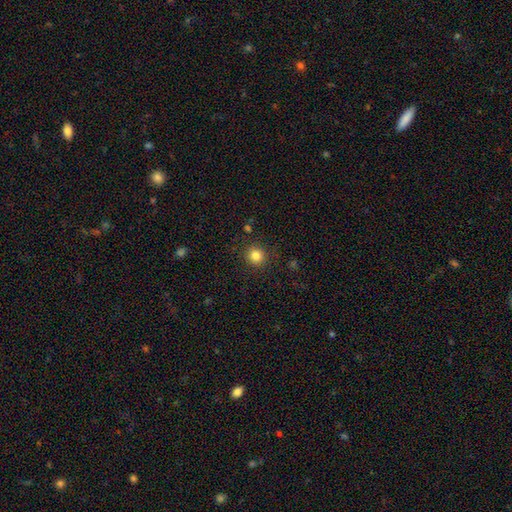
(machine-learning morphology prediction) Smooth or featured? Predicted: smooth (p=0.83). How rounded? Predicted: round (p=0.93). Merging? Predicted: none (p=0.90).